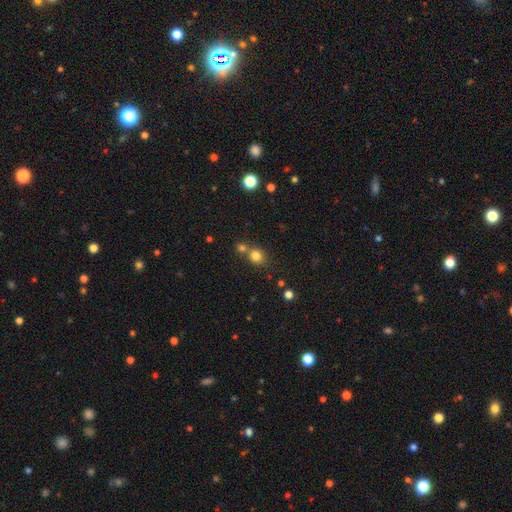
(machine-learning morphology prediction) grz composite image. It shows a smooth galaxy with no disk features (79%) that is round (83%). Merging: none (62%).